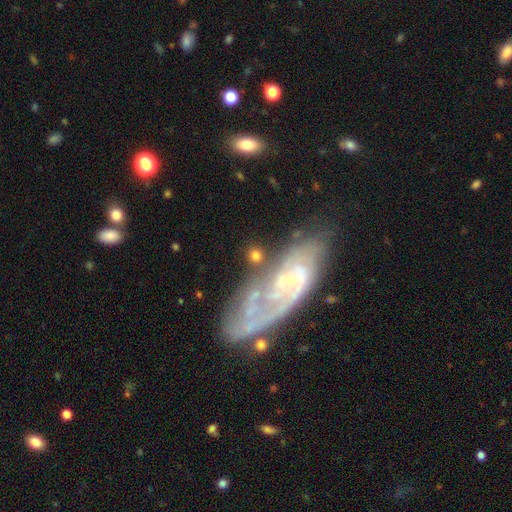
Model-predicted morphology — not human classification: This is possibly a smooth galaxy (56%). How rounded: likely round (64%). Merging: likely none (66%).